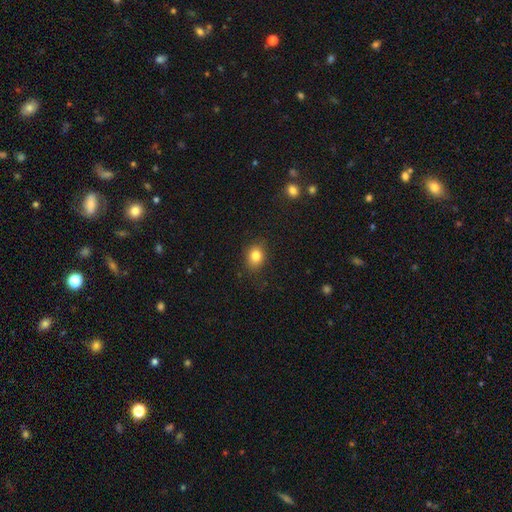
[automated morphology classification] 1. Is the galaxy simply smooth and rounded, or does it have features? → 82% smooth, 11% star or artifact, 7% featured or disk.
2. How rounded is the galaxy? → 51% round, 48% in between, 1% cigar-shaped.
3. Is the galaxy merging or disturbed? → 81% none, 14% minor disturbance, 4% major disturbance, 1% merger.